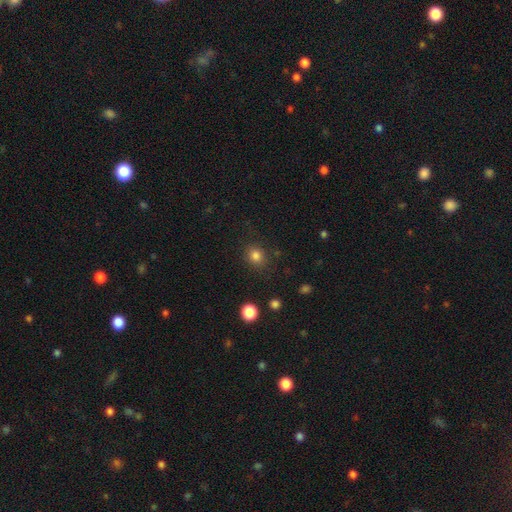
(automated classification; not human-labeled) Morphology: type=smooth (82%); roundness=round (79%); merging=none (85%).